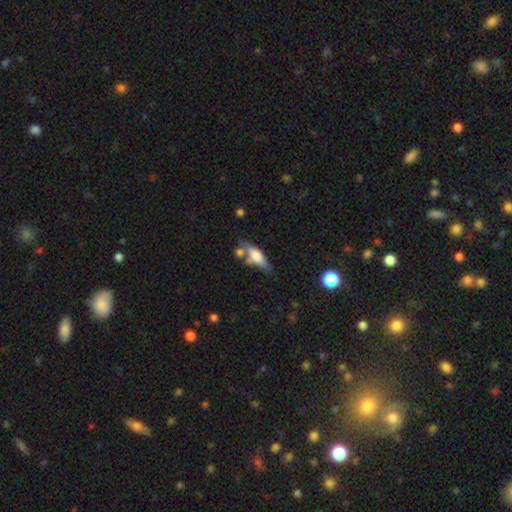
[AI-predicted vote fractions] Smooth or featured? Predicted: smooth (p=0.54). How rounded? Predicted: in between (p=0.50). Merging? Predicted: none (p=0.51).